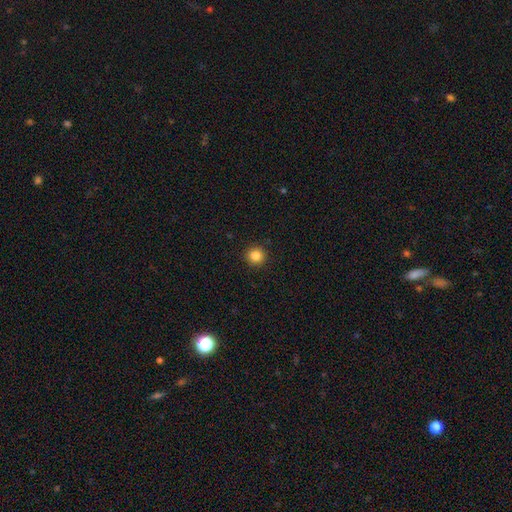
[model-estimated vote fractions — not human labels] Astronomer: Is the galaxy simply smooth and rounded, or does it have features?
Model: smooth — 85%.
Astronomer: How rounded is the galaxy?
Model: round — 94%.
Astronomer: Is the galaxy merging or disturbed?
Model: none — 92%.